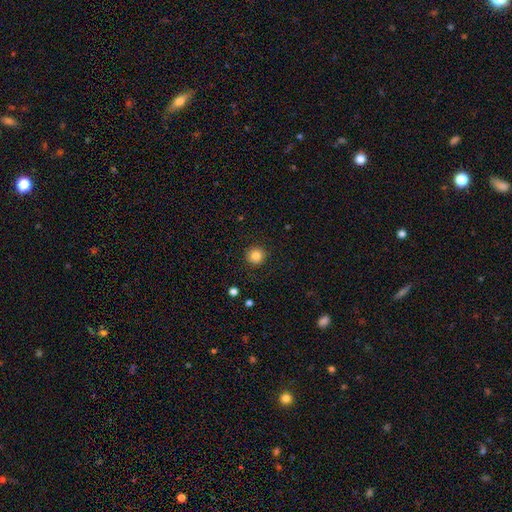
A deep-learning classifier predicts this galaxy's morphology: This appears to be a smooth galaxy with no disk features (83%) that is round (95%). Merging: none (91%).